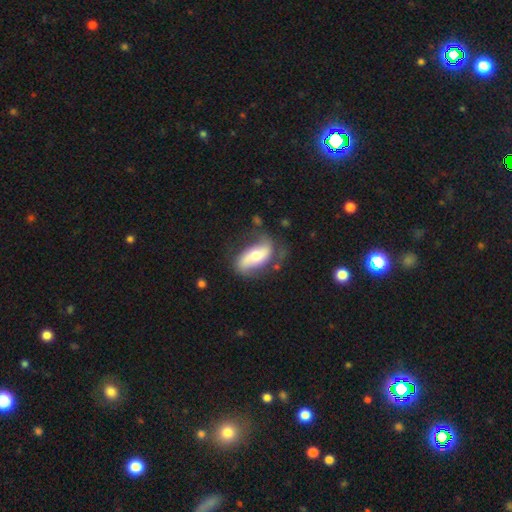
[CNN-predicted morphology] smooth_or_featured: featured or disk (p=0.57) [alt: smooth p=0.37]
disk_edge_on: no (p=0.88) [alt: yes p=0.12]
bar: no (p=0.46) [alt: strong p=0.27]
has_spiral_arms: yes (p=0.76) [alt: no p=0.24]
bulge_size: moderate (p=0.64) [alt: small p=0.23]
merging: none (p=0.58) [alt: minor disturbance p=0.25]